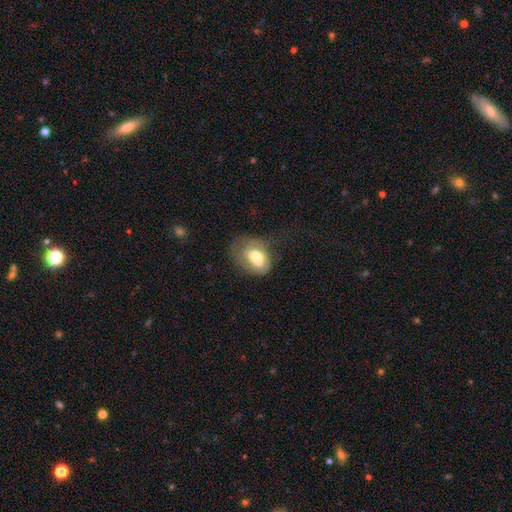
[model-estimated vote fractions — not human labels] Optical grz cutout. It shows a smooth galaxy with no disk features (62%) that is in between round and cigar-shaped (80%). Merging: none (33%).